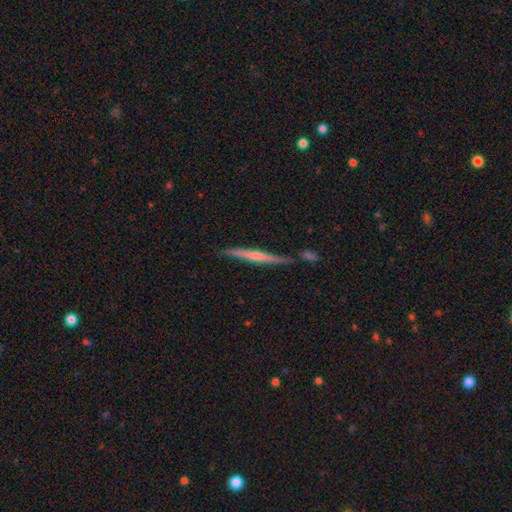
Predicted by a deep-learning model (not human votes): Morphology: type=featured or disk (59%); edge-on=yes (97%); edge-on bulge=none (50%); merging=none (75%).